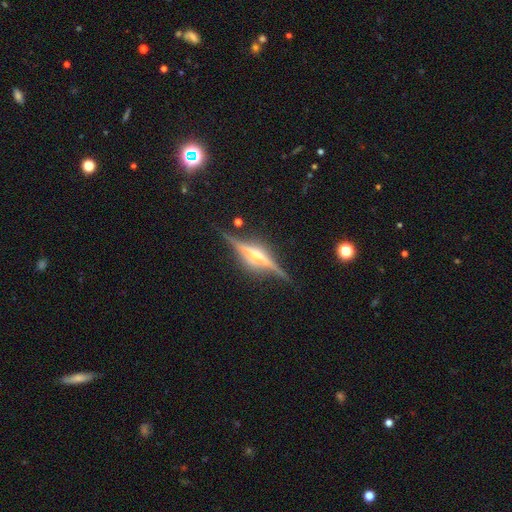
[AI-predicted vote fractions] Overall: featured or disk (87%). Edge-on disk: yes (97%). Edge-on bulge: rounded (88%). Merging: none (86%).